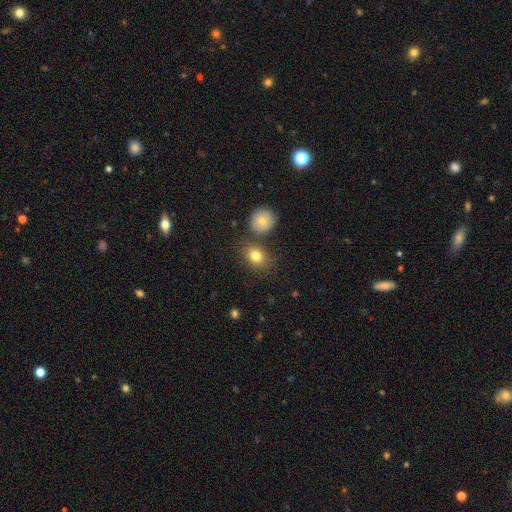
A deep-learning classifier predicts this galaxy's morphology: smooth_or_featured: smooth (p=0.80) [alt: star or artifact p=0.11]
how_rounded: in between (p=0.52) [alt: round p=0.47]
merging: none (p=0.70) [alt: merger p=0.14]